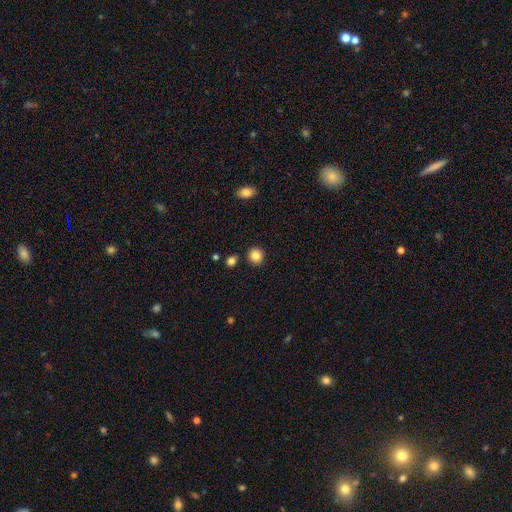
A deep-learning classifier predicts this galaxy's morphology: Smooth or featured?
  - smooth: 85% *
  - star or artifact: 10%
  - featured or disk: 5%
How rounded?
  - round: 91% *
  - in between: 8%
  - cigar-shaped: 1%
Merging?
  - none: 89% *
  - minor disturbance: 6%
  - merger: 3%
  - major disturbance: 2%